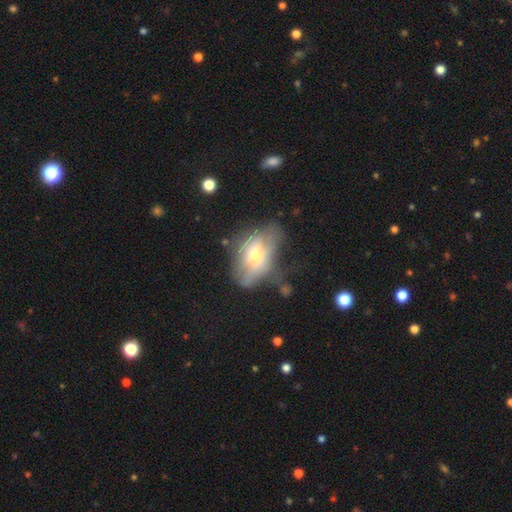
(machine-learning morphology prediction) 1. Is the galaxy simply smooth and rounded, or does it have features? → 53% featured or disk, 38% smooth, 10% star or artifact.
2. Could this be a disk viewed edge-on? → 78% no, 22% yes.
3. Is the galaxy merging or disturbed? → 38% none, 29% major disturbance, 28% minor disturbance, 5% merger.